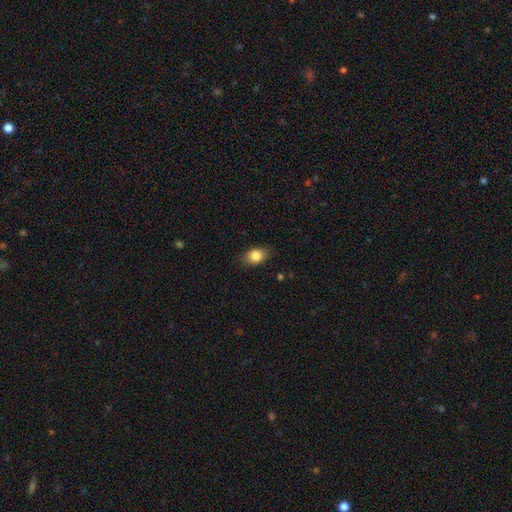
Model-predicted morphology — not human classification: This is clearly a smooth galaxy (85%). How rounded: clearly in between (82%). Merging: clearly none (83%).